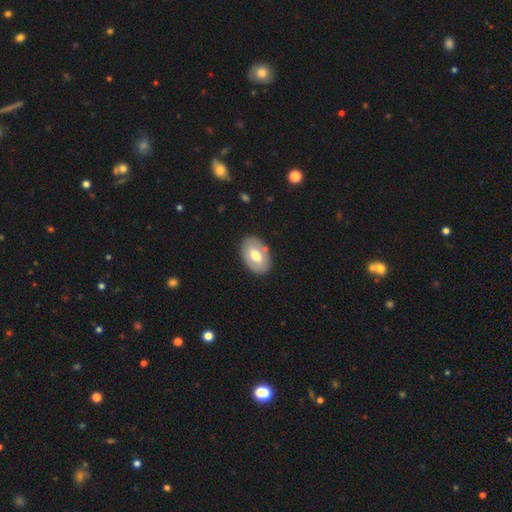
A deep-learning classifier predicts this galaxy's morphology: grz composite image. It shows a smooth galaxy with no disk features (61%) that is in between round and cigar-shaped (89%). Merging: none (82%).